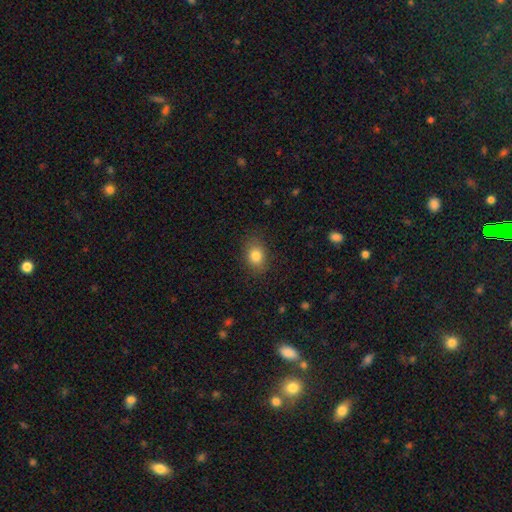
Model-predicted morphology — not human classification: A smooth galaxy with no disk features (83%) that is in between round and cigar-shaped (59%). Merging: none (84%).